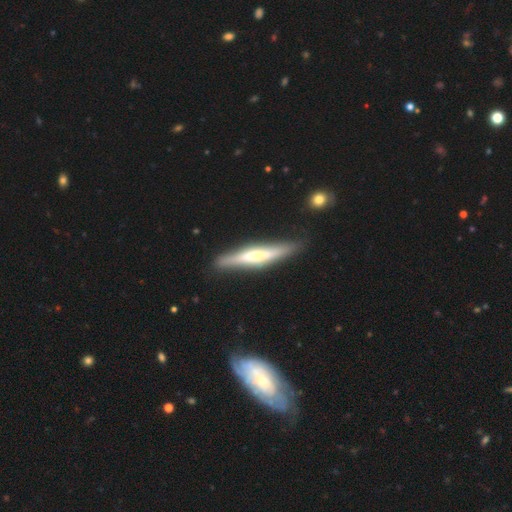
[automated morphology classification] smooth_or_featured: featured or disk (p=0.56) [alt: smooth p=0.39]
disk_edge_on: yes (p=0.93) [alt: no p=0.07]
edge_on_bulge: rounded (p=0.48) [alt: none p=0.27]
merging: none (p=0.85) [alt: minor disturbance p=0.11]